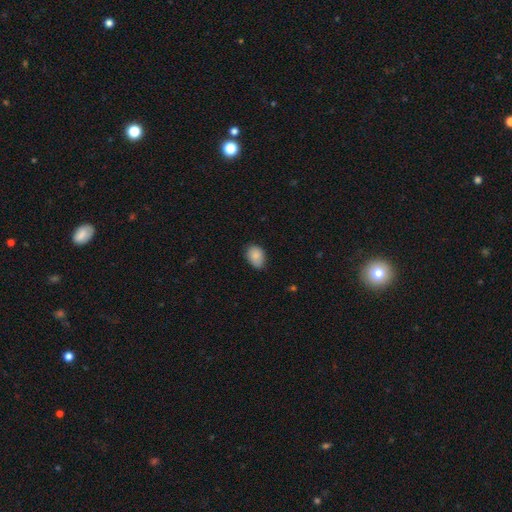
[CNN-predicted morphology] type=smooth (87%); roundness=in between (75%); merging=none (69%).